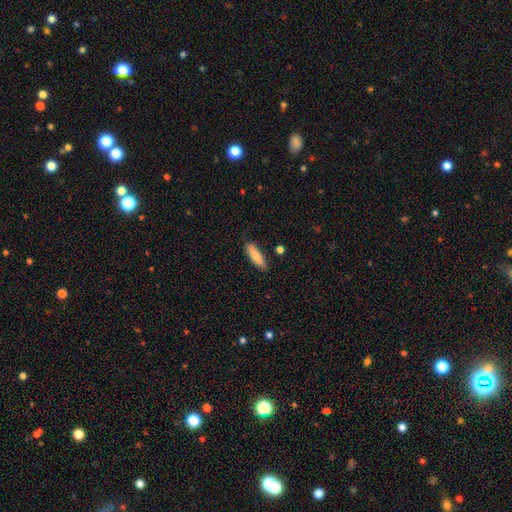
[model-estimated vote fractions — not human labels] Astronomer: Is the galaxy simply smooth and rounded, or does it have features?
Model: smooth — 80%.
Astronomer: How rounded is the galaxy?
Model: cigar-shaped — 51% (runner-up: in between, 47%).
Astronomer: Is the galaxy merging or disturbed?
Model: none — 83%.